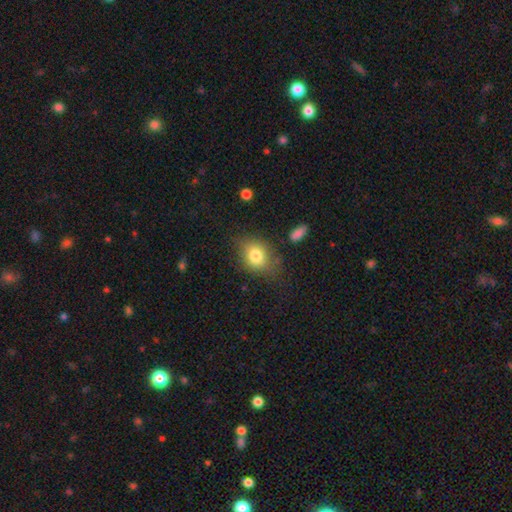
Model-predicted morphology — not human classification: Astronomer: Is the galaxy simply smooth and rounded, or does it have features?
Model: smooth — 79%.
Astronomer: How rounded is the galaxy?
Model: in between — 60% (runner-up: round, 39%).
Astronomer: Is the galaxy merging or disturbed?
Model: none — 67%.